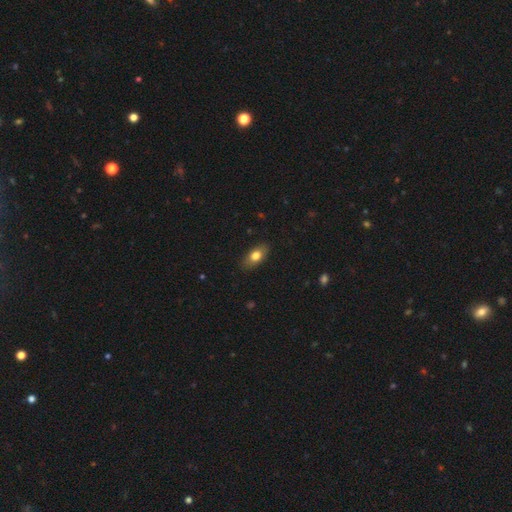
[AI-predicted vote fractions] This appears to be a smooth galaxy with no disk features (77%) that is in between round and cigar-shaped (87%). Merging: none (85%).